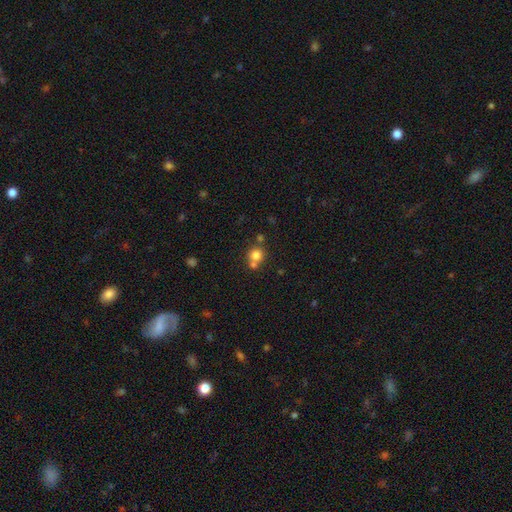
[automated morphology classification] A smooth galaxy with no disk features (78%) that is round (89%). Merging: none (56%).